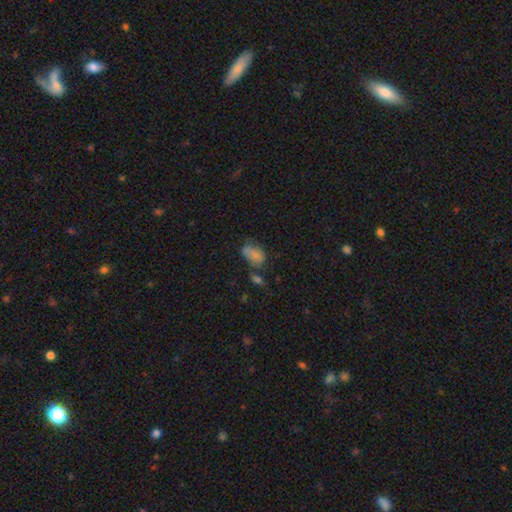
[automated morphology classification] Q: Smooth or featured?
A: smooth (68%); runner-up: star or artifact (16%)
Q: How rounded?
A: in between (86%); runner-up: round (11%)
Q: Merging?
A: none (43%); runner-up: minor disturbance (25%)